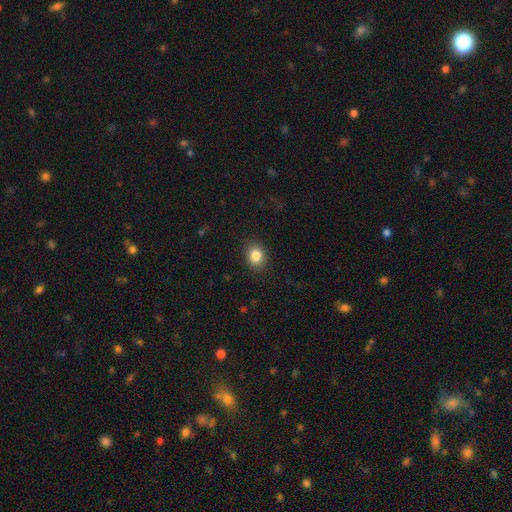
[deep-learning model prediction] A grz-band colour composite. It shows a smooth galaxy with no disk features (85%) that is round (55%). Merging: none (88%).